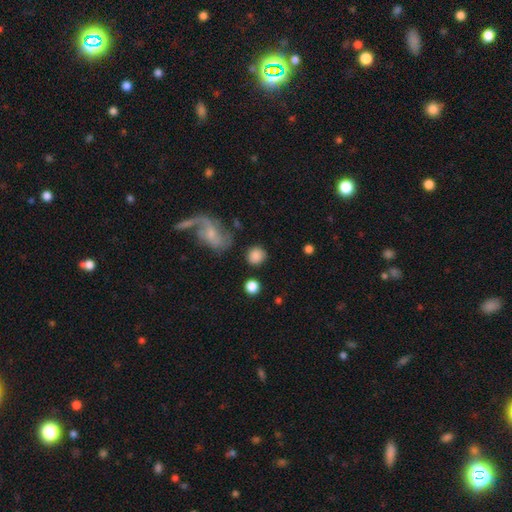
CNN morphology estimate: This is clearly a smooth galaxy (82%). How rounded: clearly round (82%). Merging: likely none (76%).